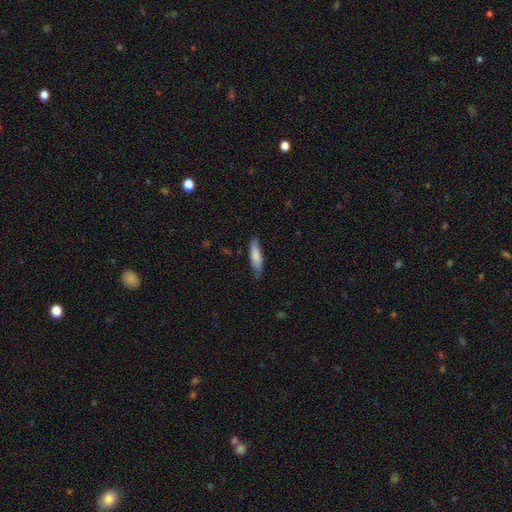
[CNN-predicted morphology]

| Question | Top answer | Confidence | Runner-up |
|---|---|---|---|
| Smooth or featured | smooth | 79% | featured or disk (16%) |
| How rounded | cigar-shaped | 67% | in between (31%) |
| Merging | none | 79% | minor disturbance (17%) |